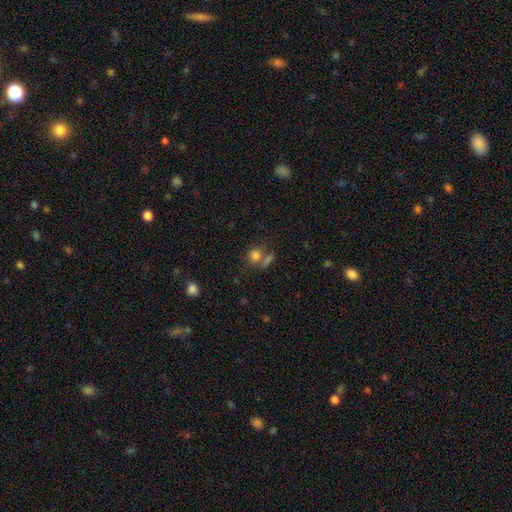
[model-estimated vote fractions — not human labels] Morphology: type=smooth (78%); roundness=round (71%); merging=none (50%).